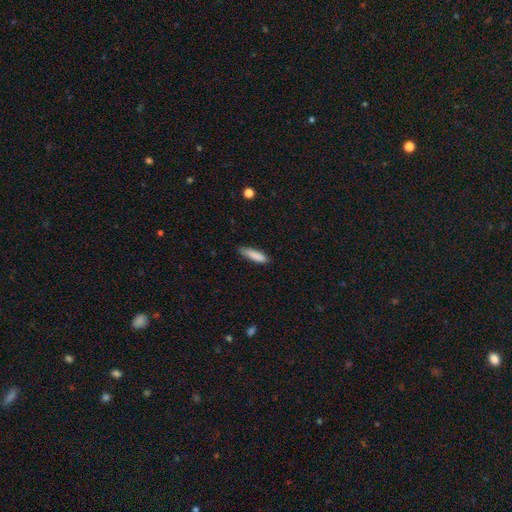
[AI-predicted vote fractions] Smooth or featured: smooth — 87% (featured or disk — 7%)
How rounded: cigar-shaped — 69% (in between — 29%)
Merging: none — 81% (minor disturbance — 15%)